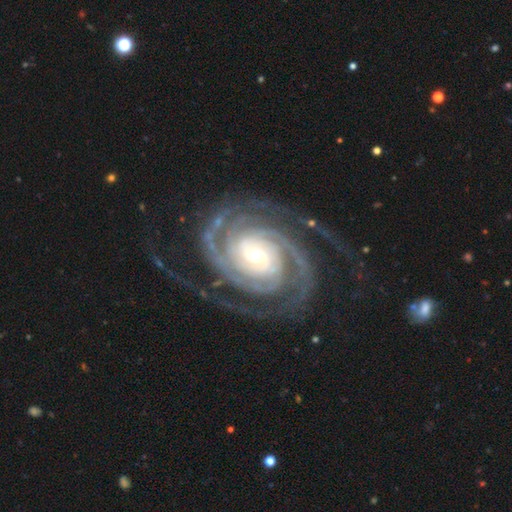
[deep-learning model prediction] featured or disk 94%, star or artifact 4%, smooth 2%. Down the decision tree: edge-on disk — no (98%); bar — no (51%); spiral arms — yes (99%); spiral arm count — 2 (36%); spiral winding — tight (74%); bulge size — moderate (47%); merging — none (75%).